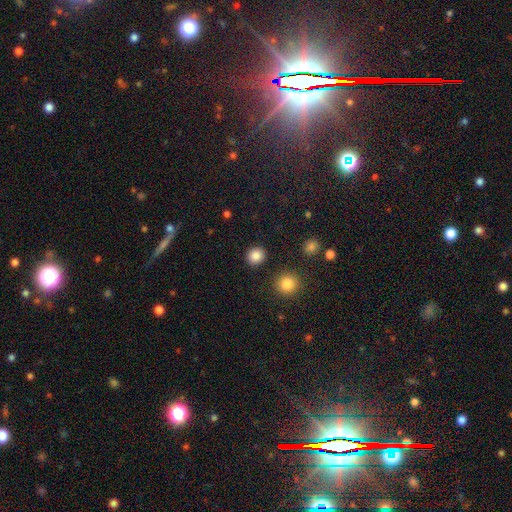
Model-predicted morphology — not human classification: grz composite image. It shows a smooth galaxy with no disk features (87%) that is round (86%). Merging: none (91%).